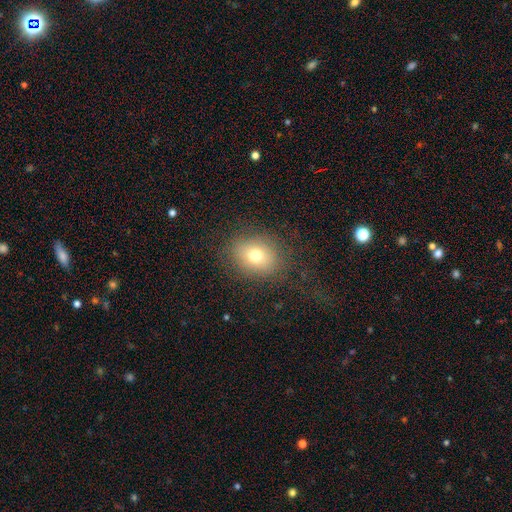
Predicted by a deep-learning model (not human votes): smooth_or_featured: smooth (p=0.74) [alt: featured or disk p=0.13]
how_rounded: round (p=0.54) [alt: in between p=0.45]
merging: none (p=0.80) [alt: minor disturbance p=0.12]